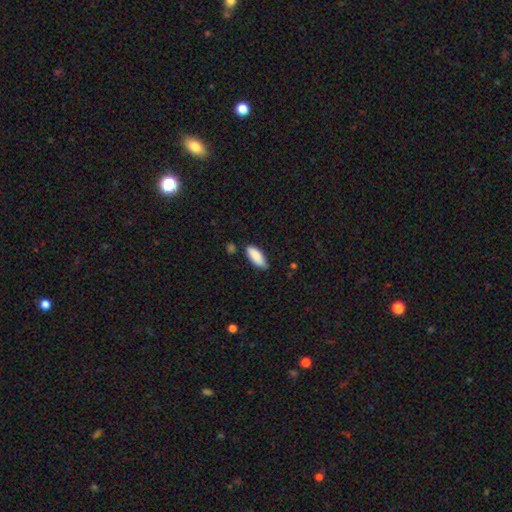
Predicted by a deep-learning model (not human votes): Smooth or featured? Predicted: smooth (p=0.88). How rounded? Predicted: in between (p=0.78). Merging? Predicted: none (p=0.80).